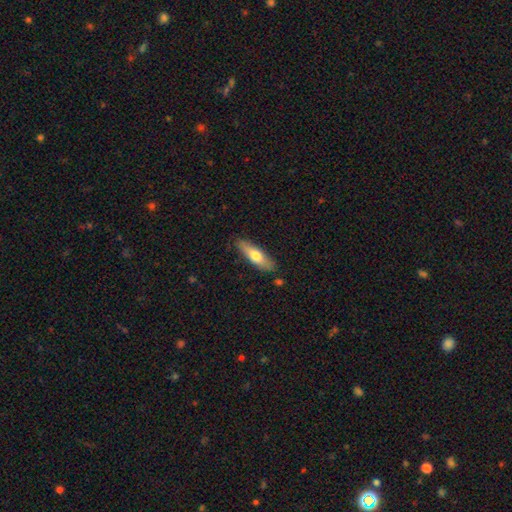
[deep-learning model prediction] Smooth or featured: smooth — 64% (featured or disk — 30%)
How rounded: cigar-shaped — 56% (in between — 41%)
Merging: none — 82% (minor disturbance — 13%)